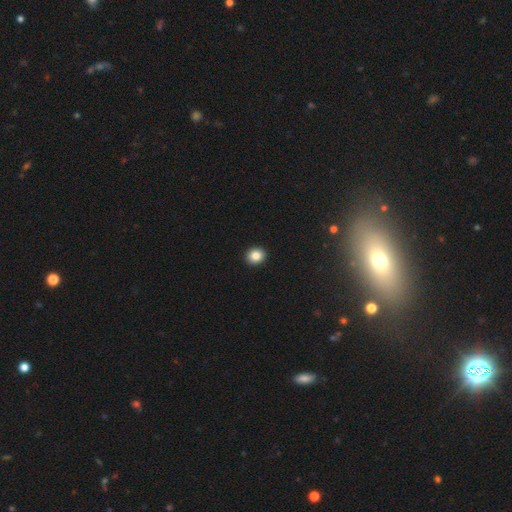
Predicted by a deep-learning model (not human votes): Smooth or featured?
  - smooth: 85% *
  - star or artifact: 10%
  - featured or disk: 5%
How rounded?
  - round: 70% *
  - in between: 29%
  - cigar-shaped: 1%
Merging?
  - none: 93% *
  - minor disturbance: 5%
  - major disturbance: 1%
  - merger: 1%